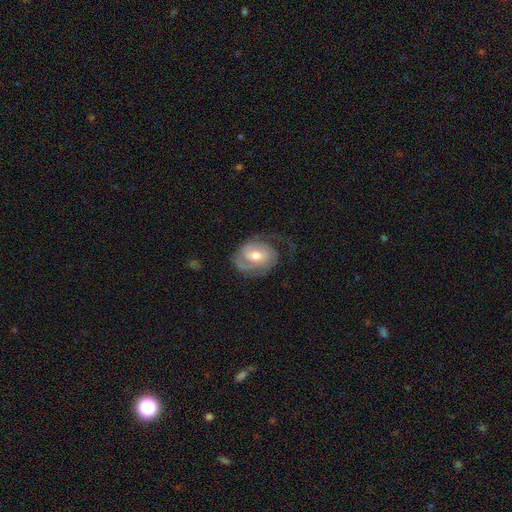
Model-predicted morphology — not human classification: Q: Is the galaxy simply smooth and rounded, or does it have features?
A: featured or disk — 74%.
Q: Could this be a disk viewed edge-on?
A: no — 97%.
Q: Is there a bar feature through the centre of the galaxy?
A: no — 52%.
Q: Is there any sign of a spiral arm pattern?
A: yes — 89%.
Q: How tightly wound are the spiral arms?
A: tight — 46%.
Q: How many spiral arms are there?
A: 2 — 50%.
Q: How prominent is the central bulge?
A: moderate — 65%.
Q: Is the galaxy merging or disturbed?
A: none — 54%.